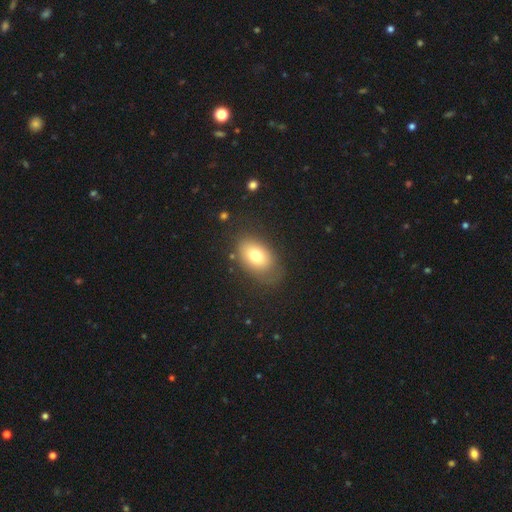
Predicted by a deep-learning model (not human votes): Q: Smooth or featured?
A: smooth (74%); runner-up: featured or disk (17%)
Q: How rounded?
A: in between (87%); runner-up: round (12%)
Q: Merging?
A: none (71%); runner-up: minor disturbance (19%)